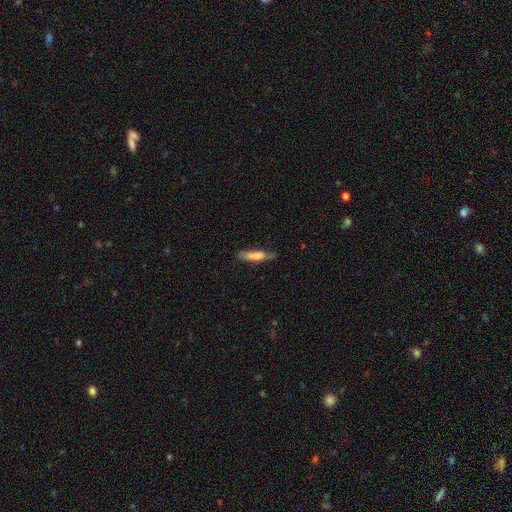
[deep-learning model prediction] Smooth or featured? Predicted: smooth (p=0.76). How rounded? Predicted: cigar-shaped (p=0.70). Merging? Predicted: none (p=0.60).